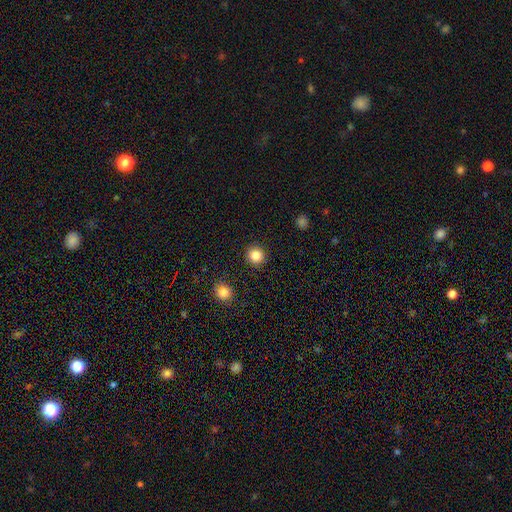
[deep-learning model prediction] Morphology: type=smooth (85%); roundness=round (93%); merging=none (92%).